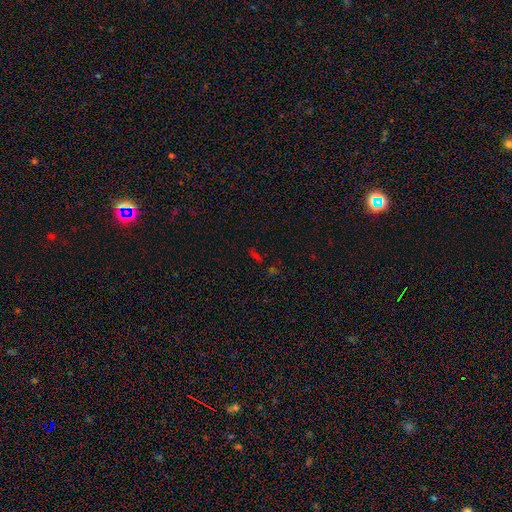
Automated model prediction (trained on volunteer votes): The model was most divided on "smooth or featured": star or artifact: 48%, smooth: 40%, featured or disk: 12%.